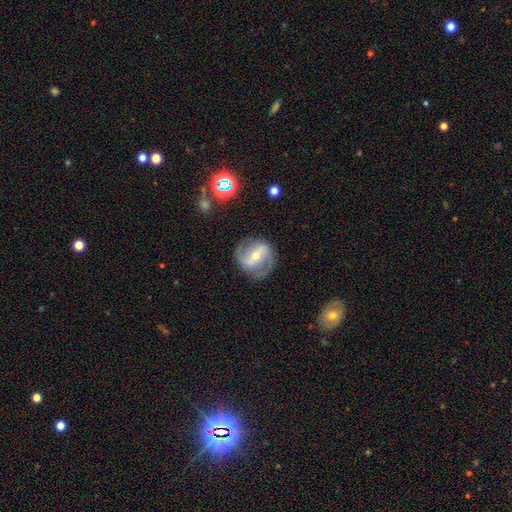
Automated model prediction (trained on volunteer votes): smooth-or-featured: featured or disk: 82% | smooth: 12% | star or artifact: 6%
  disk-edge-on: no: 97% | yes: 3%
    bar: strong: 50% | weak: 34% | no: 16%
    has-spiral-arms: yes: 92% | no: 8%
      spiral-winding: medium: 48% | loose: 30% | tight: 22%
      spiral-arm-count: 2: 88% | can't tell: 5% | 3: 2% | 1: 2% | 4: 1% | more than 4: 1%
    bulge-size: small: 52% | moderate: 44% | large: 2% | none: 1% | dominant: 1%
  merging: none: 80% | minor disturbance: 13% | major disturbance: 6% | merger: 2%